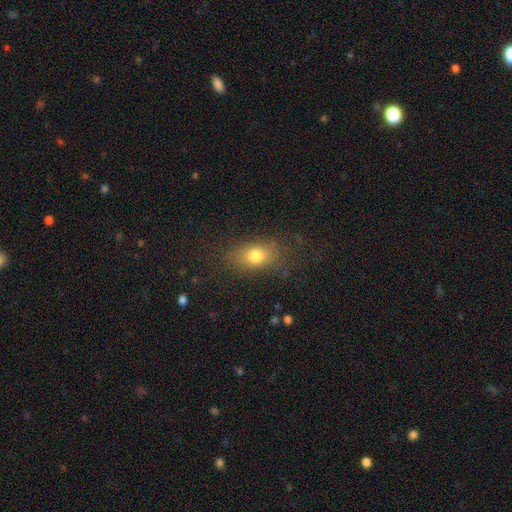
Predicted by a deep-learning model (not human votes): smooth_or_featured: smooth (p=0.76) [alt: featured or disk p=0.12]
how_rounded: in between (p=0.75) [alt: round p=0.20]
merging: none (p=0.75) [alt: minor disturbance p=0.15]